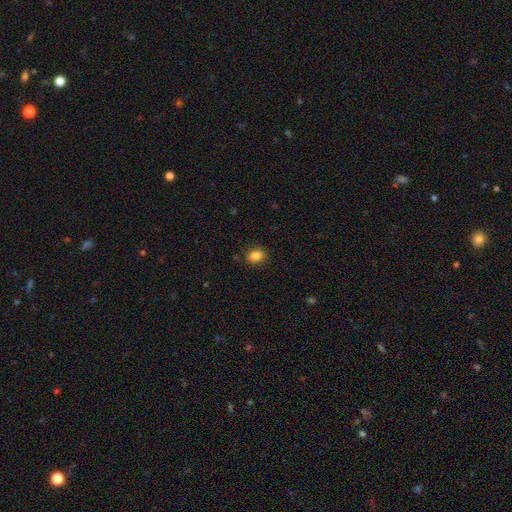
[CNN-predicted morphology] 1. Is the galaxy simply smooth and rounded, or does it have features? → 84% smooth, 11% star or artifact, 5% featured or disk.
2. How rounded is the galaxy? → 56% in between, 43% round, 1% cigar-shaped.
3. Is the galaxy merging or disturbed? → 87% none, 9% minor disturbance, 2% major disturbance, 1% merger.